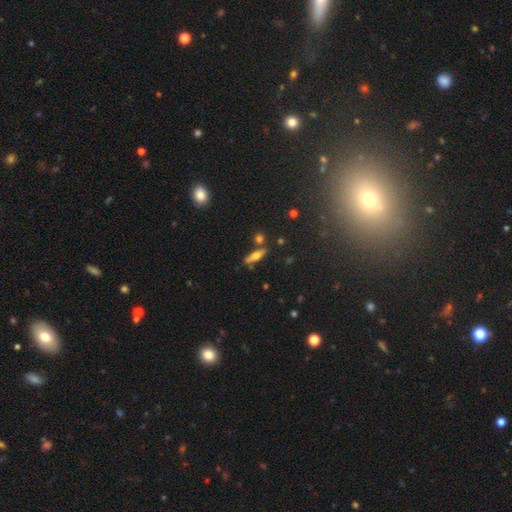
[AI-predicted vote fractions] Morphology: type=featured or disk (46%); merging=none (73%).